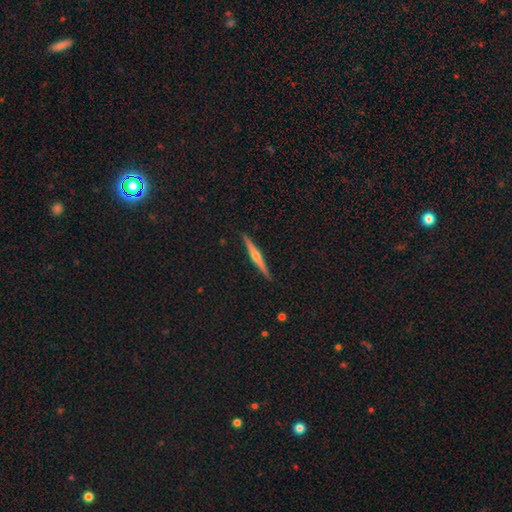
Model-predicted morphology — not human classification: Overall: featured or disk (72%). Edge-on disk: yes (98%). Edge-on bulge: rounded (83%). Merging: none (91%).